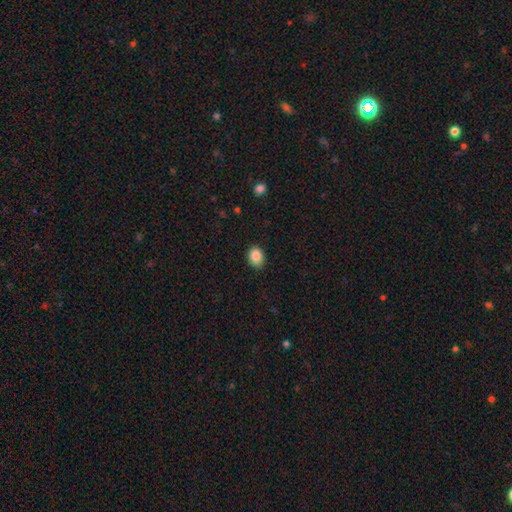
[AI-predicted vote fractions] A smooth galaxy with no disk features (87%) that is in between round and cigar-shaped (66%).

Vote fractions:
- Smooth or featured? smooth: 87% / star or artifact: 9% / featured or disk: 4%
- How rounded? in between: 66% / round: 34% / cigar-shaped: 1%
- Merging? none: 81% / minor disturbance: 16% / major disturbance: 2% / merger: 1%